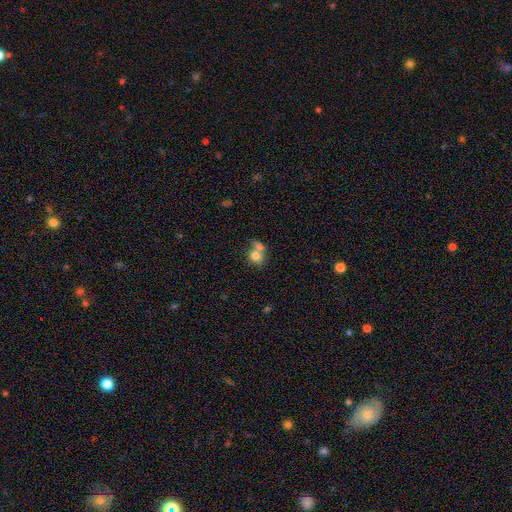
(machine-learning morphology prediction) This is likely a smooth galaxy (76%). How rounded: possibly round (59%). Merging: possibly merger (53%).